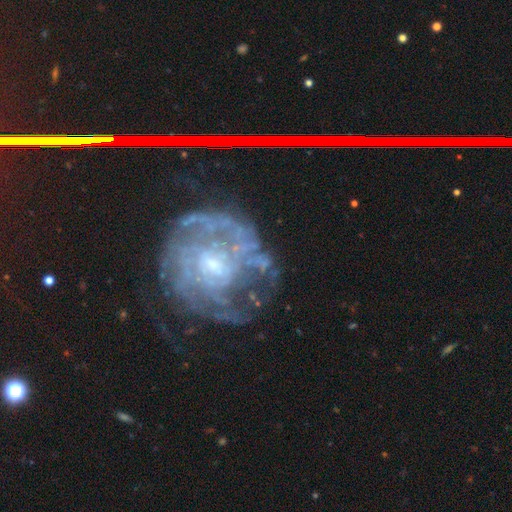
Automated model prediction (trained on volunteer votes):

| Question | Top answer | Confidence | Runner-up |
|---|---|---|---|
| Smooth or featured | featured or disk | 79% | star or artifact (10%) |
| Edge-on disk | no | 97% | yes (3%) |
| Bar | no | 55% | weak (36%) |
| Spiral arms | yes | 84% | no (16%) |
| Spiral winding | tight | 60% | medium (29%) |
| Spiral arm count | can't tell | 49% | 2 (14%) |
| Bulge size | small | 60% | moderate (29%) |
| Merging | none | 64% | minor disturbance (19%) |